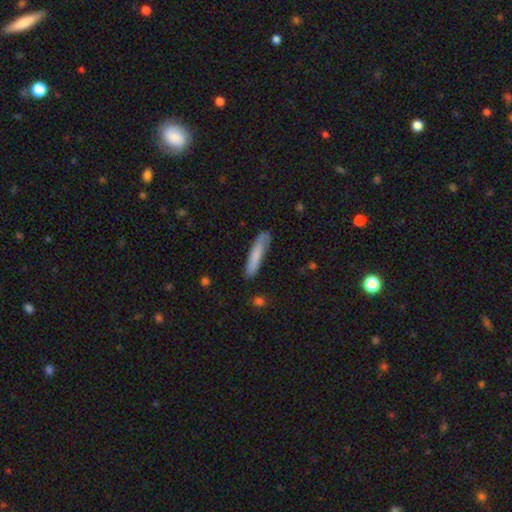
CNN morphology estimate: Q: Smooth or featured?
A: smooth (75%); runner-up: featured or disk (19%)
Q: How rounded?
A: cigar-shaped (89%); runner-up: in between (10%)
Q: Merging?
A: none (75%); runner-up: minor disturbance (19%)